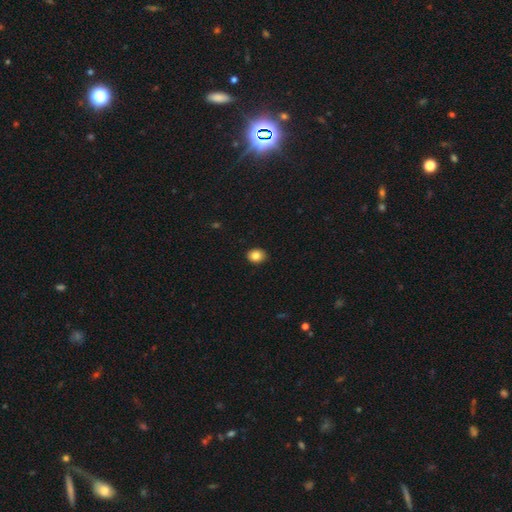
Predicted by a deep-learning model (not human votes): smooth-or-featured: smooth: 84% | star or artifact: 9% | featured or disk: 7%
  how-rounded: in between: 51% | round: 48% | cigar-shaped: 1%
  merging: none: 89% | minor disturbance: 9% | major disturbance: 2% | merger: 1%